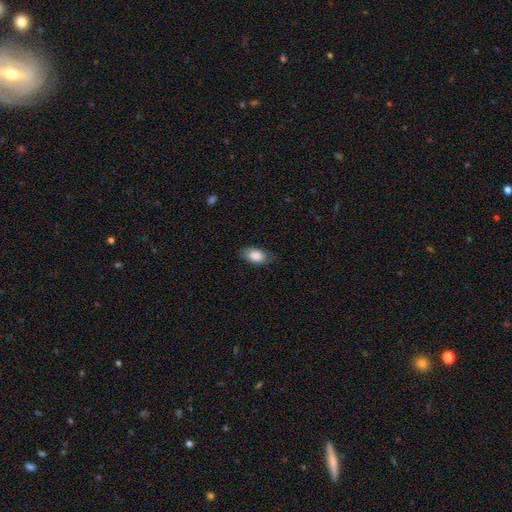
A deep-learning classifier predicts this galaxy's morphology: Overall: smooth (87%). How rounded: in between (91%). Merging: none (80%).